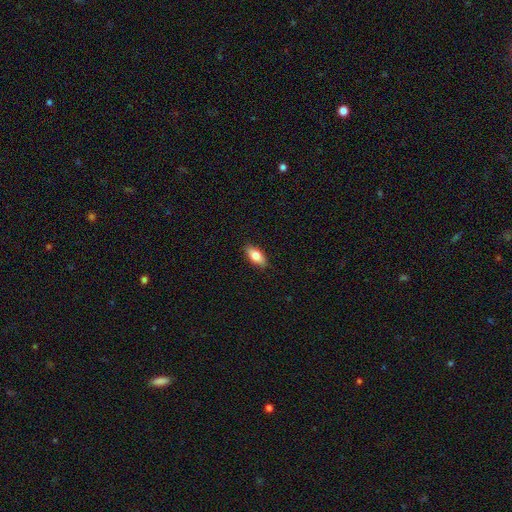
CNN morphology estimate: Q: Smooth or featured?
A: smooth (79%); runner-up: featured or disk (14%)
Q: How rounded?
A: in between (86%); runner-up: cigar-shaped (11%)
Q: Merging?
A: none (88%); runner-up: minor disturbance (10%)